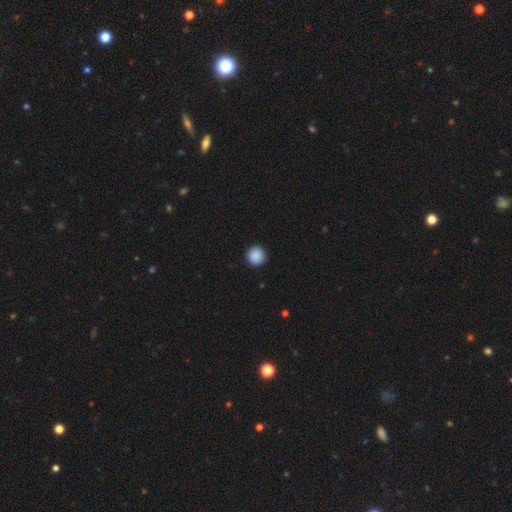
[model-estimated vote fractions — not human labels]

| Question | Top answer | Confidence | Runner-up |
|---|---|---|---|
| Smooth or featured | smooth | 89% | star or artifact (8%) |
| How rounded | round | 96% | in between (3%) |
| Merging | none | 93% | minor disturbance (4%) |